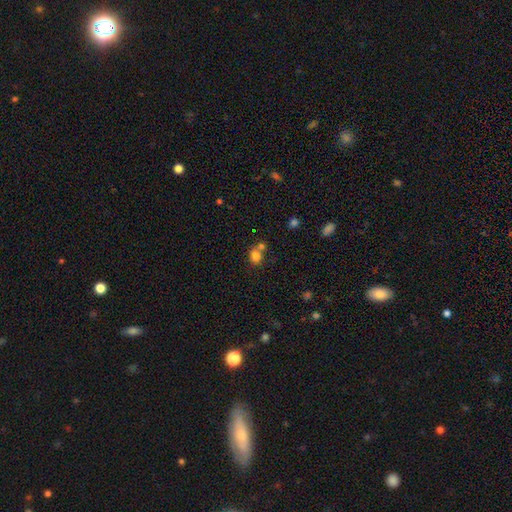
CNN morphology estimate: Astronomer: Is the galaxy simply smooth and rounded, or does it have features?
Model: smooth — 79%.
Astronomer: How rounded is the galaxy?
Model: round — 69%.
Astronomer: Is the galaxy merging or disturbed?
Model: none — 48% (runner-up: merger, 39%).